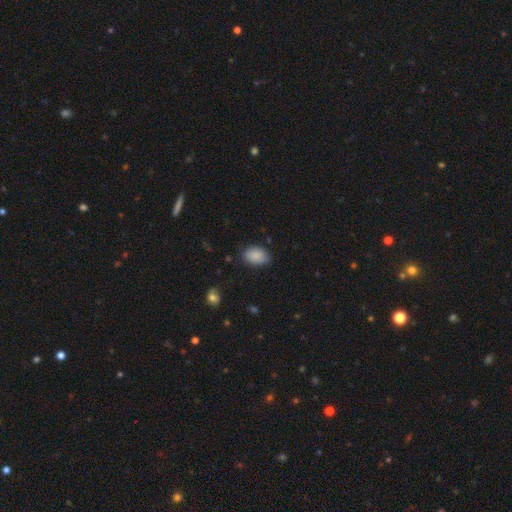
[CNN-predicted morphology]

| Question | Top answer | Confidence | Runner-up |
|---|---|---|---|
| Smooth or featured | smooth | 87% | star or artifact (8%) |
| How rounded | in between | 80% | round (19%) |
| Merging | none | 80% | minor disturbance (16%) |